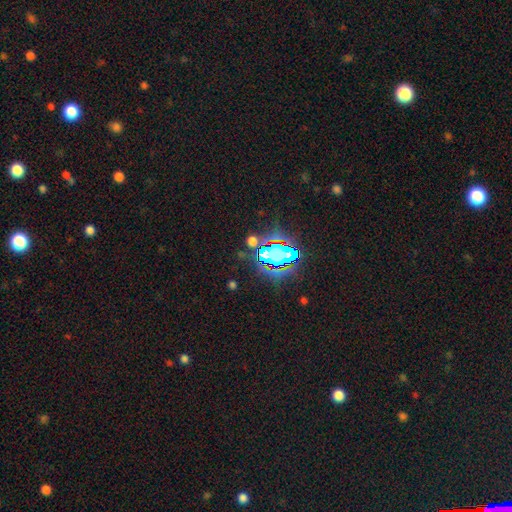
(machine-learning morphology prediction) Q: Smooth or featured?
A: star or artifact (77%); runner-up: smooth (14%)